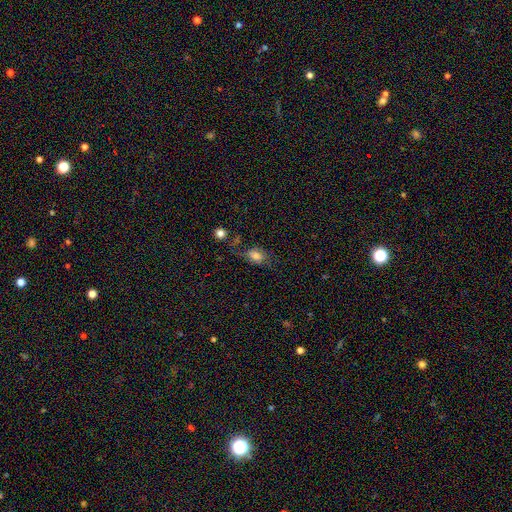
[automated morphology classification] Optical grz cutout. It shows a smooth galaxy with no disk features (70%) that is in between round and cigar-shaped (79%). Merging: none (50%).